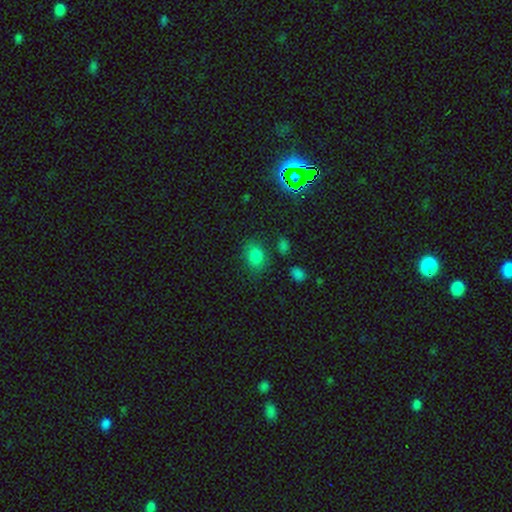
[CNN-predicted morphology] This is likely a smooth galaxy (79%). How rounded: likely in between (69%). Merging: likely none (74%).